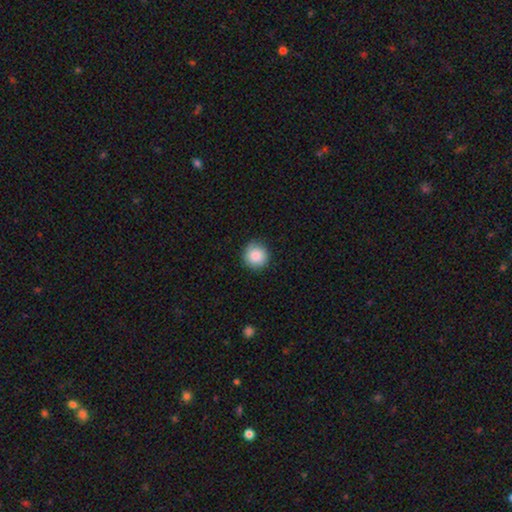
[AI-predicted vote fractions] This appears to be a smooth galaxy with no disk features (87%) that is round (93%). Merging: none (86%).